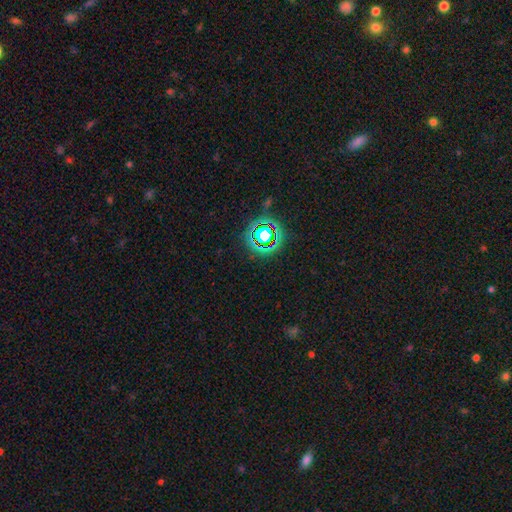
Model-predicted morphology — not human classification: Smooth or featured? Predicted: star or artifact (p=0.73).